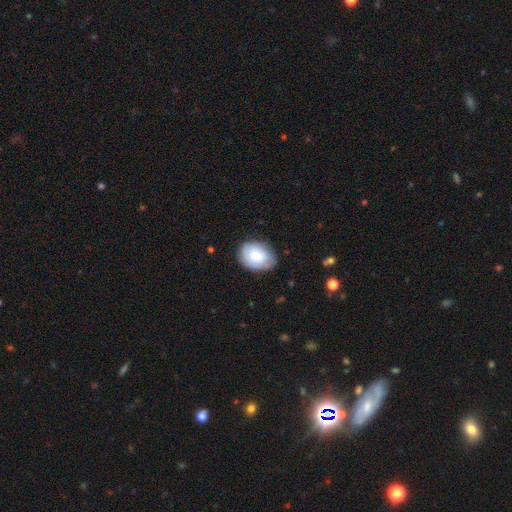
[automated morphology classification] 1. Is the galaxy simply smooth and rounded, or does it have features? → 78% smooth, 16% featured or disk, 6% star or artifact.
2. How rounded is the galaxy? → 71% in between, 28% round, 1% cigar-shaped.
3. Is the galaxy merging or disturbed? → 77% none, 18% minor disturbance, 4% major disturbance, 1% merger.